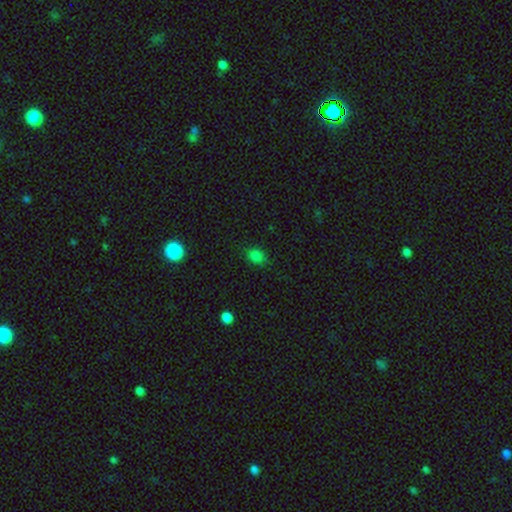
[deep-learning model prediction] Q: Smooth or featured?
A: smooth (80%); runner-up: star or artifact (16%)
Q: How rounded?
A: round (53%); runner-up: in between (46%)
Q: Merging?
A: none (81%); runner-up: minor disturbance (14%)